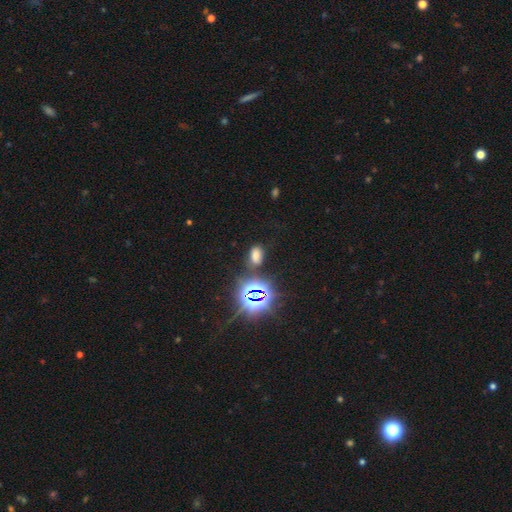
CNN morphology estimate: smooth-or-featured: smooth: 56% | star or artifact: 36% | featured or disk: 8%
  how-rounded: in between: 86% | round: 12% | cigar-shaped: 2%
  merging: none: 73% | minor disturbance: 14% | merger: 7% | major disturbance: 6%